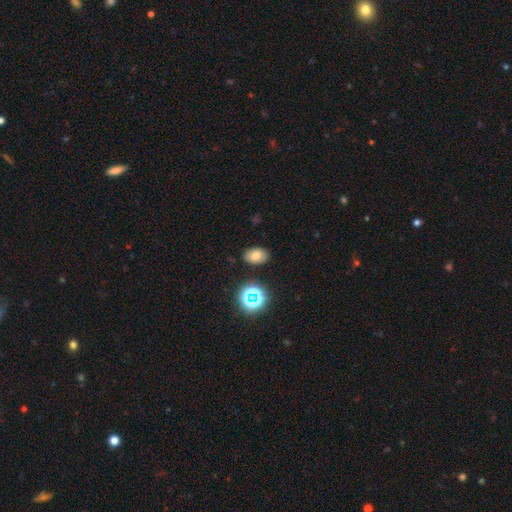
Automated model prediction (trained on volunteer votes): This is likely a smooth galaxy (74%). How rounded: clearly in between (83%). Merging: clearly none (85%).